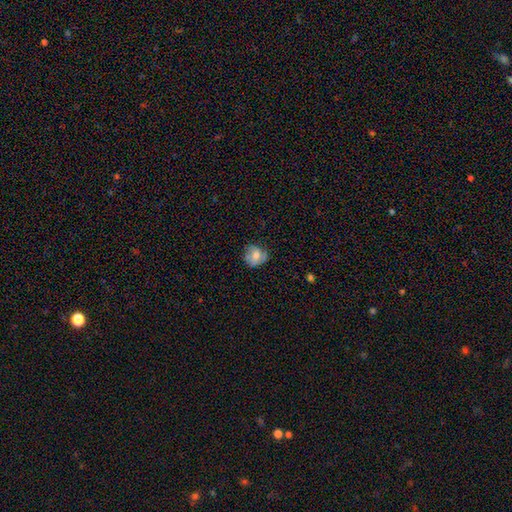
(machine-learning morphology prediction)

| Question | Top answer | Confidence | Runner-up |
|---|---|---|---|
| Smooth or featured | smooth | 62% | featured or disk (28%) |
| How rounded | round | 72% | in between (27%) |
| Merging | none | 59% | minor disturbance (28%) |